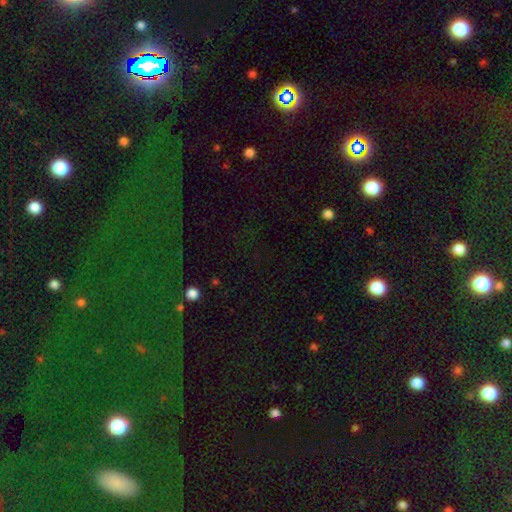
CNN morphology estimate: A star or artifact, not a galaxy (63%).